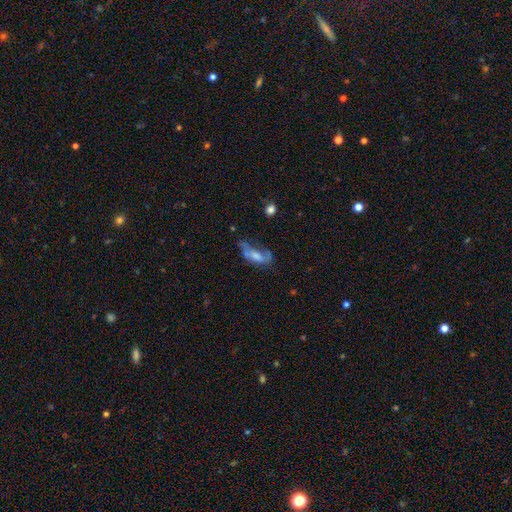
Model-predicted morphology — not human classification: The model was most divided on "smooth or featured": featured or disk: 49%, smooth: 41%, star or artifact: 10%. Remaining: merging — major disturbance (39%).